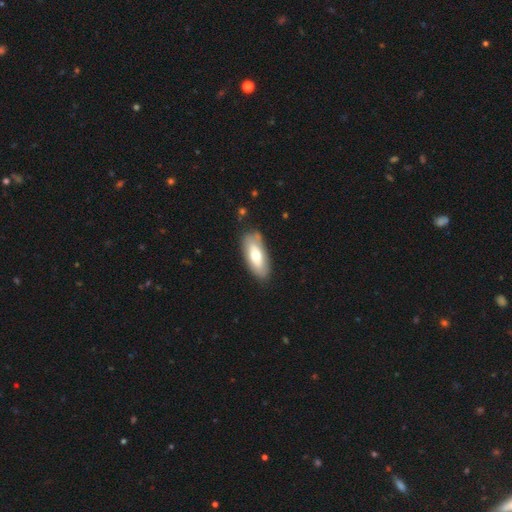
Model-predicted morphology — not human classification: The model was most divided on "smooth or featured": smooth: 62%, featured or disk: 32%, star or artifact: 6%. More confident: how rounded — in between (82%); merging — none (80%).